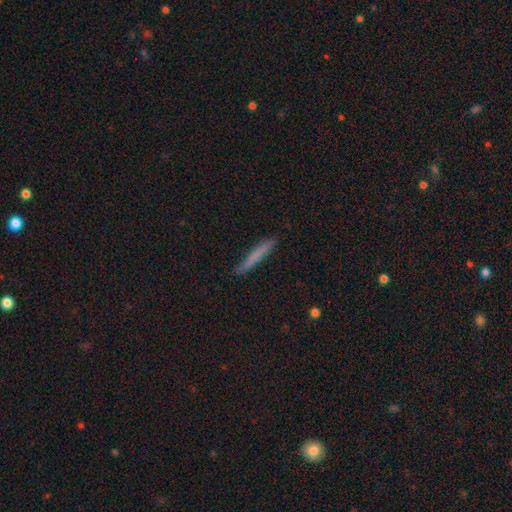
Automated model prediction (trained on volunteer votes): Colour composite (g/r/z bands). It shows a smooth galaxy with no disk features (70%) that is cigar-shaped (96%). Merging: none (86%).